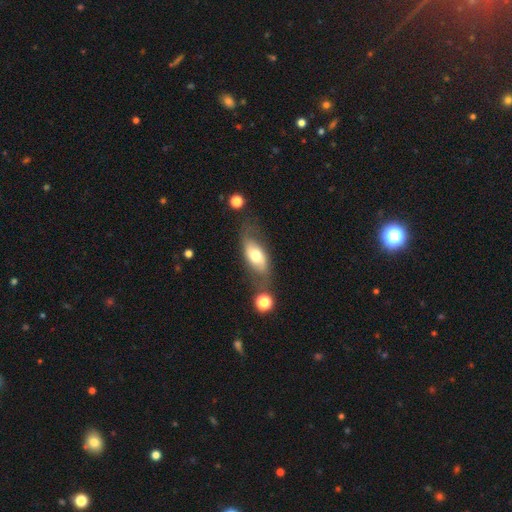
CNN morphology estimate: Smooth or featured? smooth (54%)
How rounded? in between (84%)
Merging? none (58%)